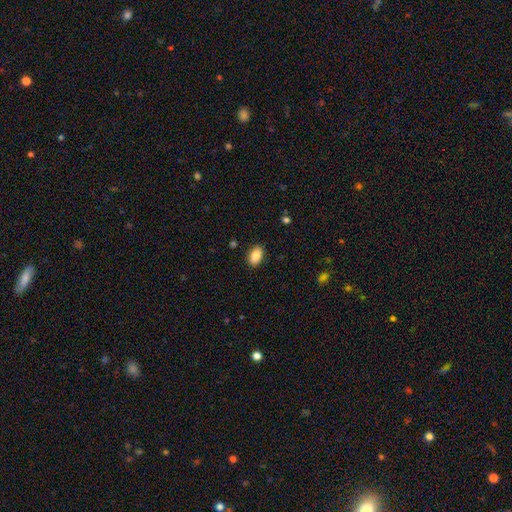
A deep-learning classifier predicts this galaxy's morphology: The model was most divided on "merging": none: 89%, minor disturbance: 8%, major disturbance: 2%, merger: 1%. More confident: how rounded — in between (92%); smooth or featured — smooth (88%).